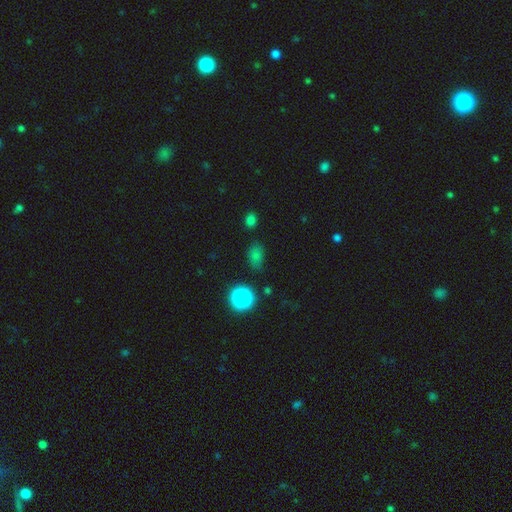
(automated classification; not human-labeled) Morphology: type=smooth (72%); roundness=in between (77%); merging=none (72%).